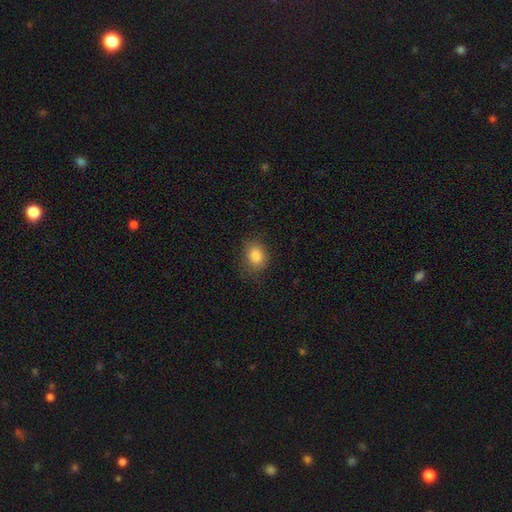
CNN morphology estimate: Overall: smooth (86%). How rounded: in between (53%; round 46%). Merging: none (77%).